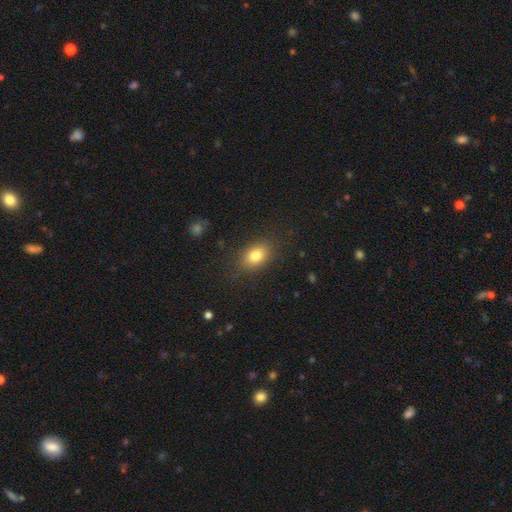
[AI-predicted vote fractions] Smooth or featured? Predicted: smooth (p=0.81). How rounded? Predicted: in between (p=0.78). Merging? Predicted: none (p=0.83).